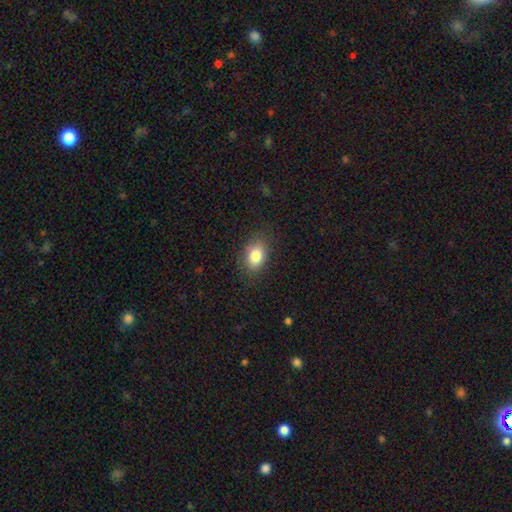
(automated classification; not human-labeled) Smooth or featured? smooth (82%)
How rounded? in between (81%)
Merging? none (81%)